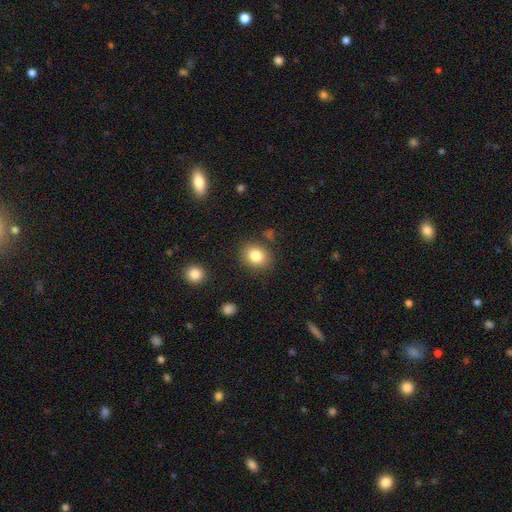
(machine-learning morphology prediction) smooth 83%, star or artifact 9%, featured or disk 8%. Down the decision tree: how rounded — round (56%); merging — none (83%).